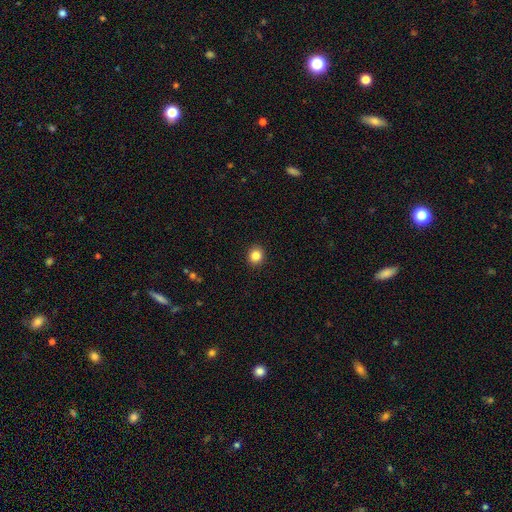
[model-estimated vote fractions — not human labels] Smooth or featured?
  - smooth: 86% *
  - star or artifact: 10%
  - featured or disk: 4%
How rounded?
  - round: 83% *
  - in between: 16%
  - cigar-shaped: 1%
Merging?
  - none: 92% *
  - minor disturbance: 5%
  - major disturbance: 2%
  - merger: 1%